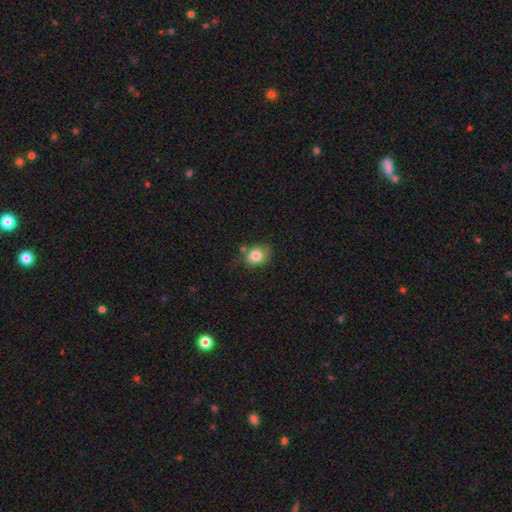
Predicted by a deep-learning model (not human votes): Smooth or featured? Predicted: smooth (p=0.81). How rounded? Predicted: round (p=0.58). Merging? Predicted: none (p=0.59).